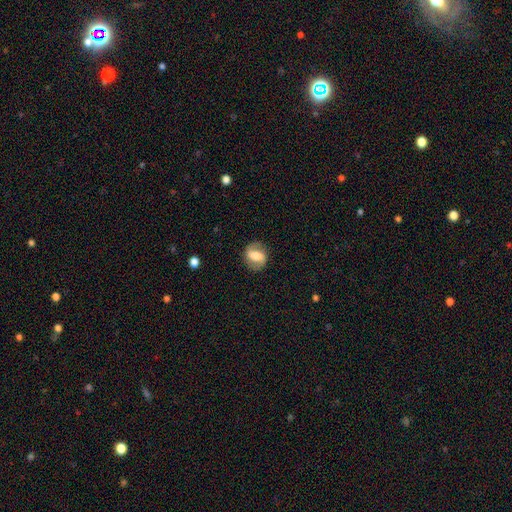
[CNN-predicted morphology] A featured or disk galaxy (53%). Merging: none (82%).